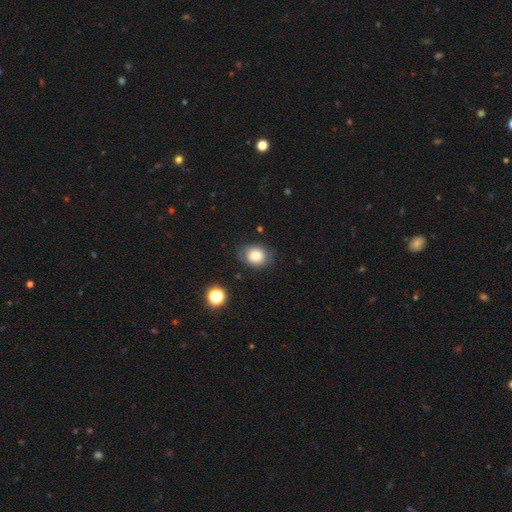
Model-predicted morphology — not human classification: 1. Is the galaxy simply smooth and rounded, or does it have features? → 81% smooth, 10% star or artifact, 10% featured or disk.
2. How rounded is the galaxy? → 50% in between, 49% round, 1% cigar-shaped.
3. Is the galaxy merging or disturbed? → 74% none, 19% minor disturbance, 5% major disturbance, 2% merger.